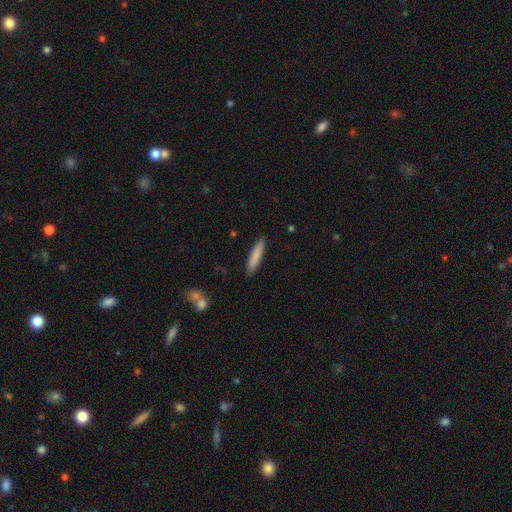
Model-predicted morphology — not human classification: Smooth or featured?
  - smooth: 82% *
  - featured or disk: 12%
  - star or artifact: 6%
How rounded?
  - cigar-shaped: 88% *
  - in between: 11%
  - round: 1%
Merging?
  - none: 90% *
  - minor disturbance: 7%
  - major disturbance: 2%
  - merger: 1%